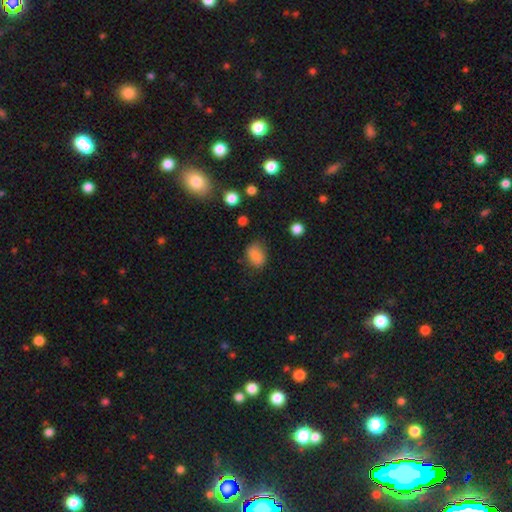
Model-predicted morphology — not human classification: Smooth or featured? Predicted: smooth (p=0.81). How rounded? Predicted: in between (p=0.65). Merging? Predicted: none (p=0.71).